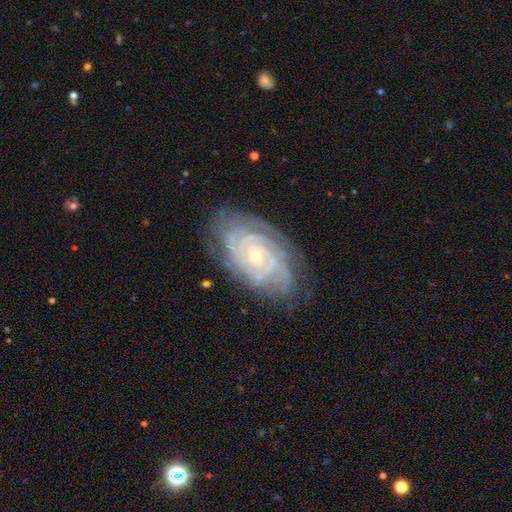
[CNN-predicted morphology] Smooth or featured?
  - featured or disk: 88% *
  - star or artifact: 6%
  - smooth: 6%
Edge-on disk?
  - no: 96% *
  - yes: 4%
Bar?
  - no: 72% *
  - weak: 21%
  - strong: 7%
Spiral arms?
  - yes: 98% *
  - no: 2%
Spiral winding?
  - tight: 82% *
  - medium: 15%
  - loose: 2%
Spiral arm count?
  - can't tell: 26% *
  - 4: 23%
  - 3: 17%
  - 2: 15%
  - more than 4: 12%
  - 1: 6%
Bulge size?
  - small: 76% *
  - moderate: 21%
  - none: 1%
  - large: 1%
  - dominant: 1%
Merging?
  - none: 78% *
  - minor disturbance: 16%
  - major disturbance: 5%
  - merger: 1%